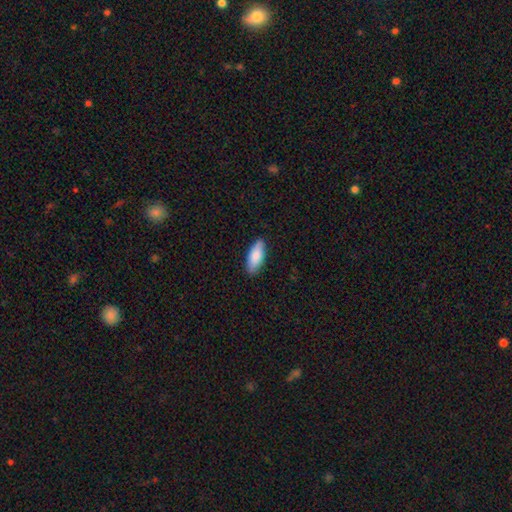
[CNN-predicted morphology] smooth-or-featured: smooth: 85% | featured or disk: 9% | star or artifact: 5%
  how-rounded: in between: 78% | cigar-shaped: 20% | round: 2%
  merging: none: 87% | minor disturbance: 10% | major disturbance: 2% | merger: 1%